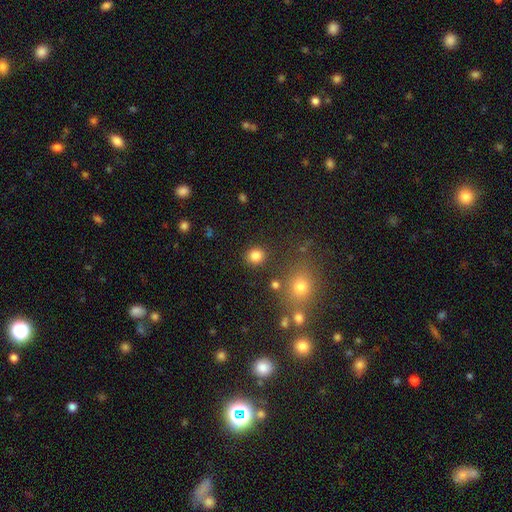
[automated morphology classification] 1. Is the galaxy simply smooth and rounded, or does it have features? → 83% smooth, 12% star or artifact, 5% featured or disk.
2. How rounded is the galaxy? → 84% round, 15% in between, 1% cigar-shaped.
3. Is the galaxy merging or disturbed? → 87% none, 7% minor disturbance, 3% merger, 3% major disturbance.